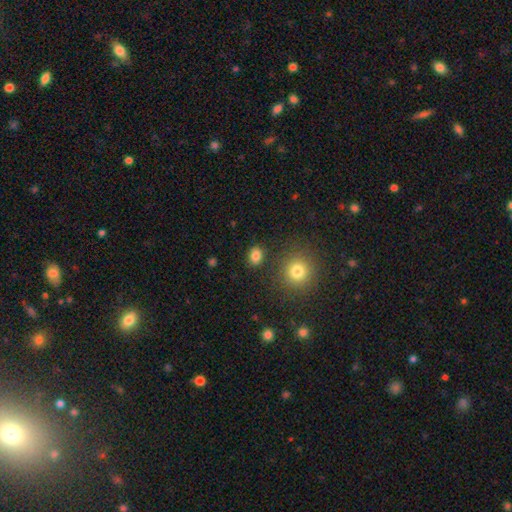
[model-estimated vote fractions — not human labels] A smooth galaxy with no disk features (83%) that is in between round and cigar-shaped (63%). Merging: none (84%).